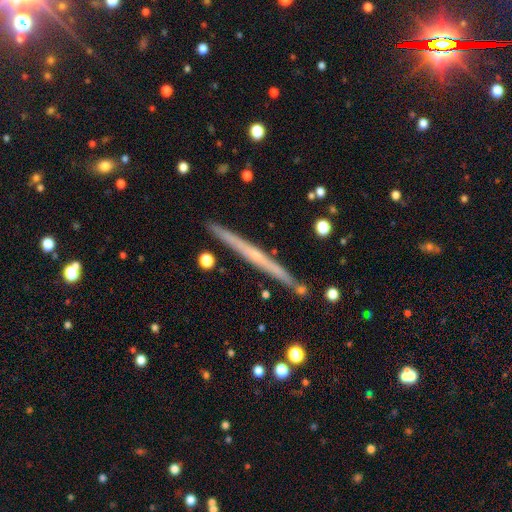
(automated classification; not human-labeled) featured or disk 68%, smooth 25%, star or artifact 7%. Down the decision tree: edge-on disk — yes (98%); edge-on bulge — none (65%); merging — none (90%).